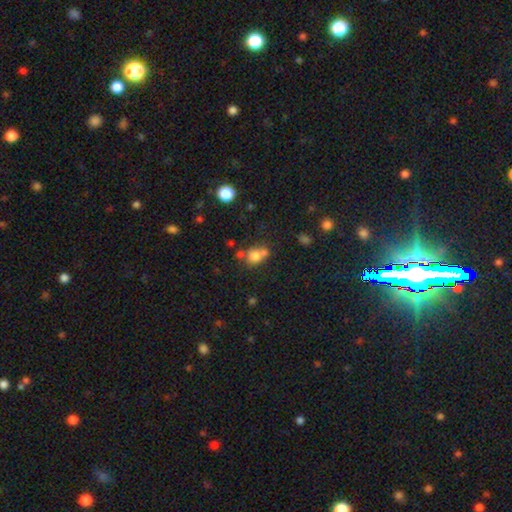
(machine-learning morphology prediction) Smooth or featured: smooth — 73% (star or artifact — 14%)
How rounded: round — 70% (in between — 28%)
Merging: none — 42% (merger — 40%)